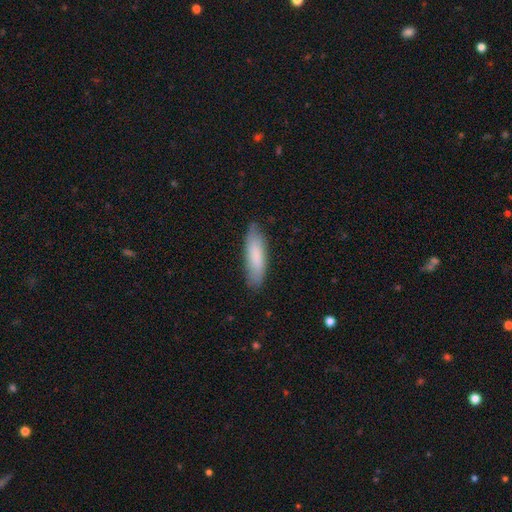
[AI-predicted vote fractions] Smooth or featured: smooth — 80% (featured or disk — 14%)
How rounded: cigar-shaped — 61% (in between — 38%)
Merging: none — 82% (minor disturbance — 14%)